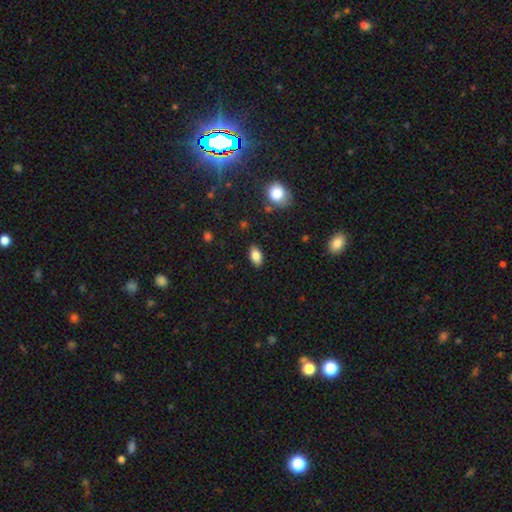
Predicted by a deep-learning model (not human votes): This appears to be a smooth galaxy with no disk features (82%) that is in between round and cigar-shaped (90%). Merging: none (87%).